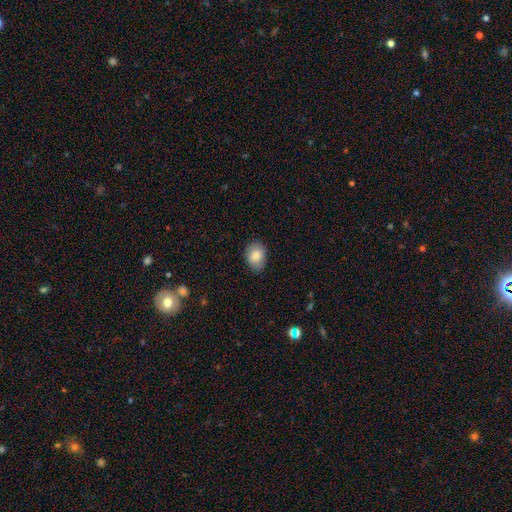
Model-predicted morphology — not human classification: Smooth or featured: smooth — 85% (star or artifact — 7%)
How rounded: in between — 73% (round — 26%)
Merging: none — 84% (minor disturbance — 12%)